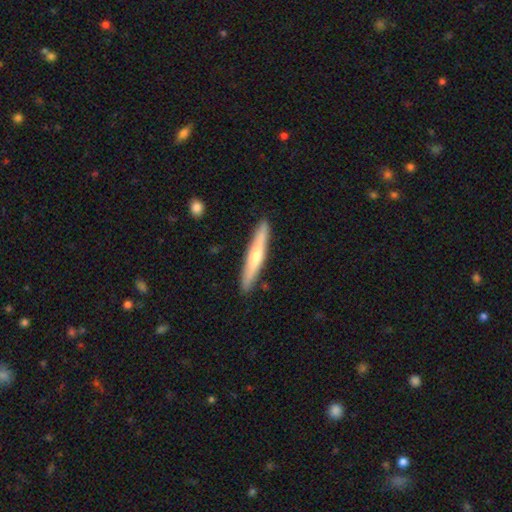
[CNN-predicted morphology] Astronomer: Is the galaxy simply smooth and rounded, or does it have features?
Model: featured or disk — 51% (runner-up: smooth, 43%).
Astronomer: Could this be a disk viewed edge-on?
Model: yes — 93%.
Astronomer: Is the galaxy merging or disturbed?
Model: none — 90%.